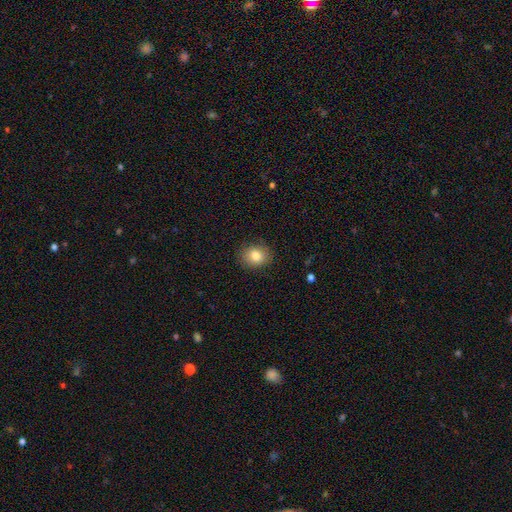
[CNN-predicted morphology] A smooth galaxy with no disk features (82%) that is round (57%). Merging: none (87%).